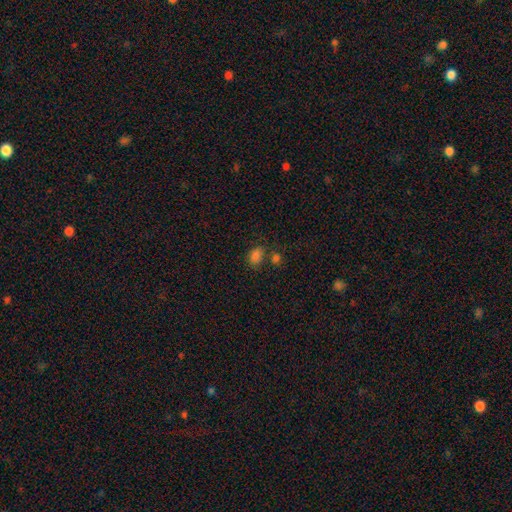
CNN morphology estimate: Smooth or featured: smooth — 77% (star or artifact — 17%)
How rounded: in between — 75% (round — 23%)
Merging: none — 58% (merger — 20%)